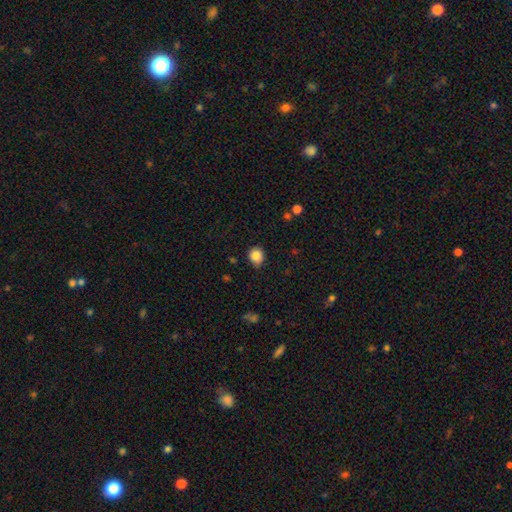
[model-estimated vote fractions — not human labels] A smooth galaxy with no disk features (84%) that is round (77%).

Vote fractions:
- Smooth or featured? smooth: 84% / star or artifact: 10% / featured or disk: 5%
- How rounded? round: 77% / in between: 22% / cigar-shaped: 1%
- Merging? none: 77% / minor disturbance: 18% / major disturbance: 3% / merger: 1%